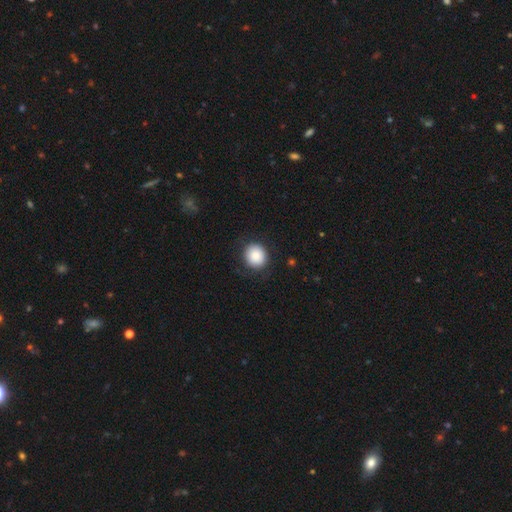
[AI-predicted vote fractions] Smooth or featured? smooth (88%)
How rounded? round (85%)
Merging? none (85%)